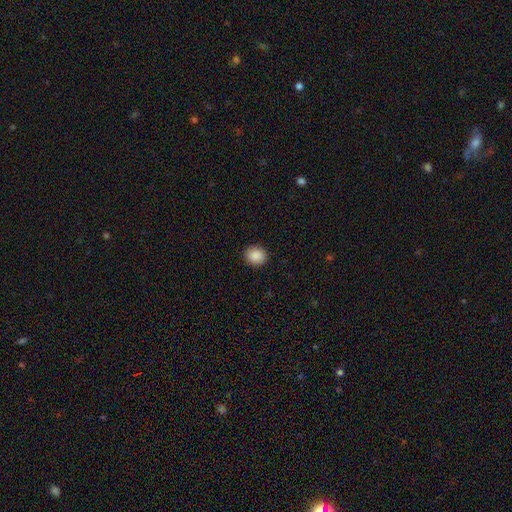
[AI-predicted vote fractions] This is clearly a smooth galaxy (89%). How rounded: likely round (78%). Merging: clearly none (90%).